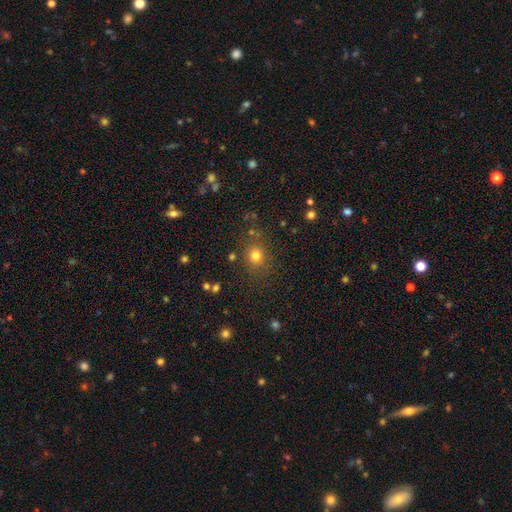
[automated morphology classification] Smooth or featured? Predicted: smooth (p=0.77). How rounded? Predicted: round (p=0.80). Merging? Predicted: none (p=0.80).